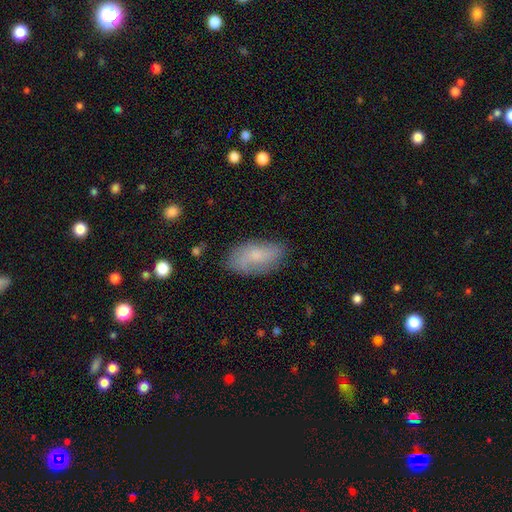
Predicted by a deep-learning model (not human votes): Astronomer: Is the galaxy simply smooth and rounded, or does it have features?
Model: smooth — 62%.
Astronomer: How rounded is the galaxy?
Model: in between — 92%.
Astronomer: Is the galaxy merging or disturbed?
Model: none — 75%.